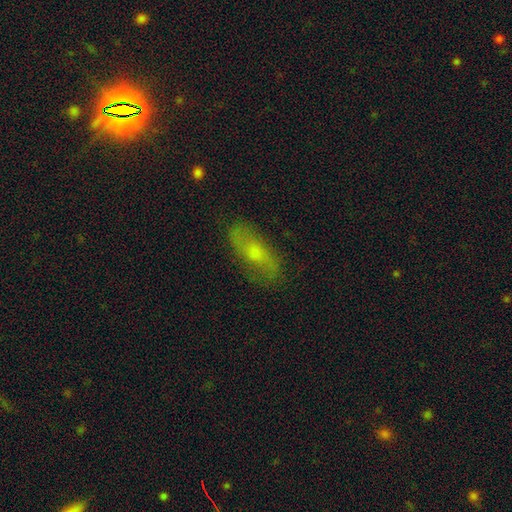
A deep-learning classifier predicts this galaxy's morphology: Smooth or featured? Predicted: featured or disk (p=0.46). Merging? Predicted: none (p=0.81).